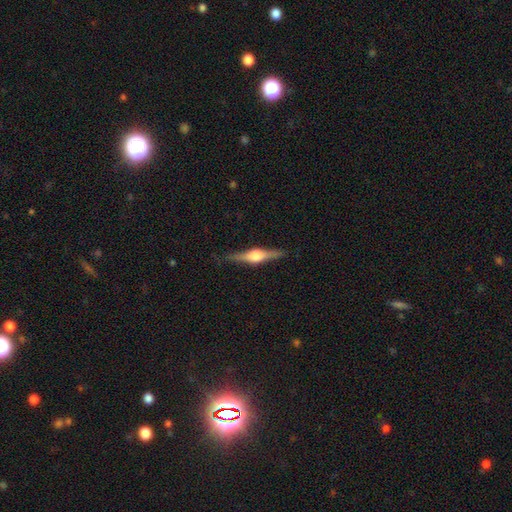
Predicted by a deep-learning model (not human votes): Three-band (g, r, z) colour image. It shows a featured or disk galaxy (77%) viewed edge-on (98%) with a rounded central bulge (93%). Merging: none (88%).